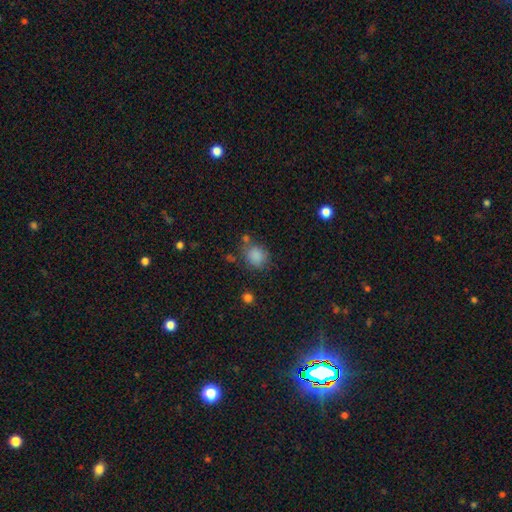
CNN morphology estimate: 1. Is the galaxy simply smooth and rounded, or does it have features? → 85% smooth, 11% star or artifact, 5% featured or disk.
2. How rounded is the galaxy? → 67% round, 32% in between, 1% cigar-shaped.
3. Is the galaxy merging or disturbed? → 66% none, 18% minor disturbance, 8% merger, 7% major disturbance.